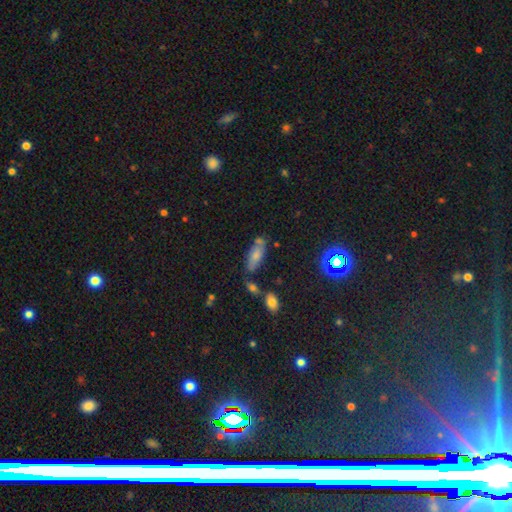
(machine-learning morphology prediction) Smooth or featured: smooth — 69% (featured or disk — 20%)
How rounded: in between — 74% (cigar-shaped — 24%)
Merging: none — 56% (minor disturbance — 21%)